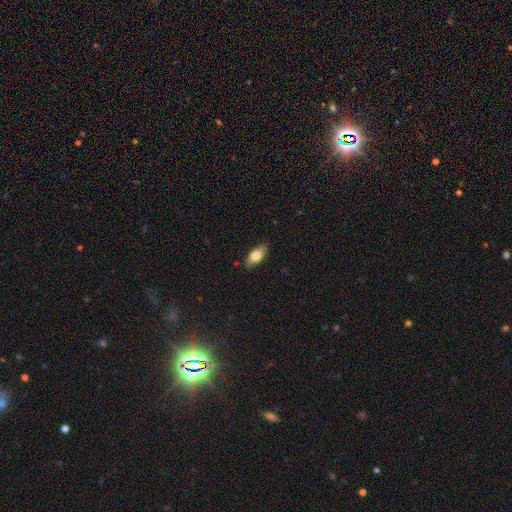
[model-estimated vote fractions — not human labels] Smooth or featured: smooth — 76% (featured or disk — 17%)
How rounded: in between — 86% (cigar-shaped — 11%)
Merging: none — 86% (minor disturbance — 11%)